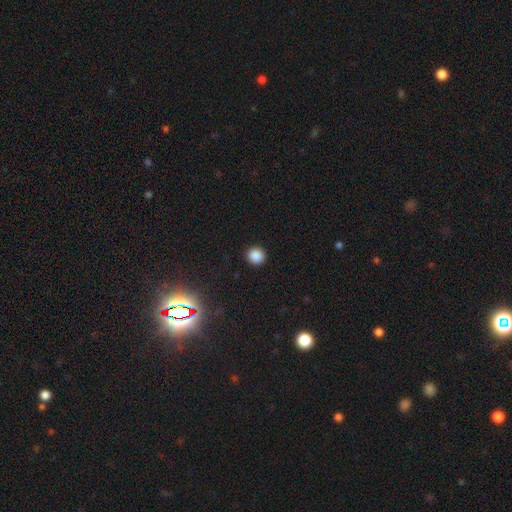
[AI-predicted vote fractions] smooth_or_featured: smooth (p=0.86) [alt: star or artifact p=0.11]
how_rounded: round (p=0.93) [alt: in between p=0.06]
merging: none (p=0.92) [alt: minor disturbance p=0.05]